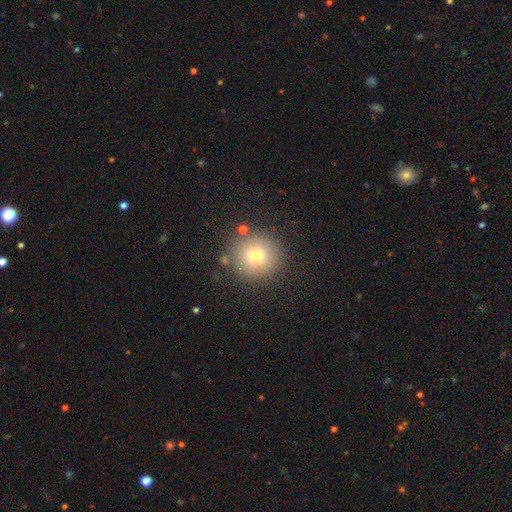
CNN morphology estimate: Smooth or featured? Predicted: smooth (p=0.73). How rounded? Predicted: round (p=0.95). Merging? Predicted: none (p=0.86).